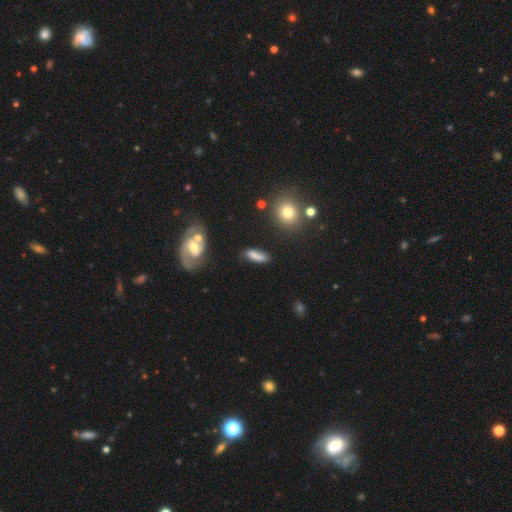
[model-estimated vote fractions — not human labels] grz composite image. It shows a smooth galaxy with no disk features (70%) that is in between round and cigar-shaped (50%). Merging: none (69%).